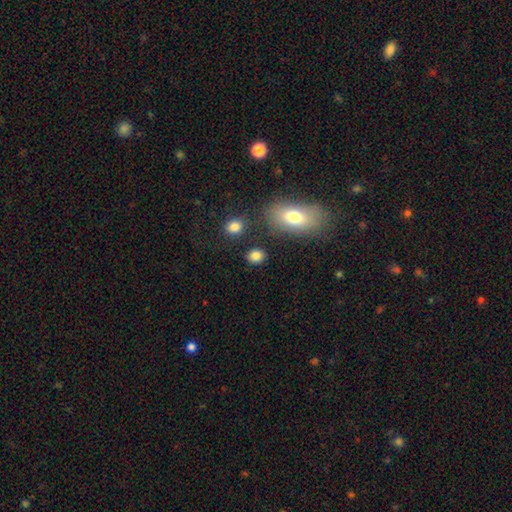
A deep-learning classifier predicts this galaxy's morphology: This is clearly a smooth galaxy (85%). How rounded: possibly round (55%). Merging: clearly none (82%).